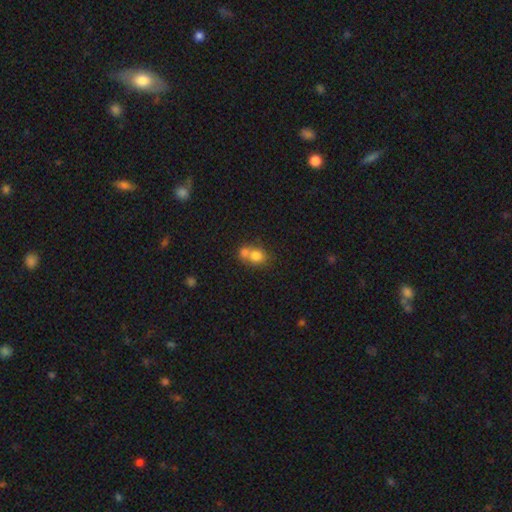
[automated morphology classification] This appears to be a smooth galaxy with no disk features (76%) that is round (63%). Merging: merger (56%).